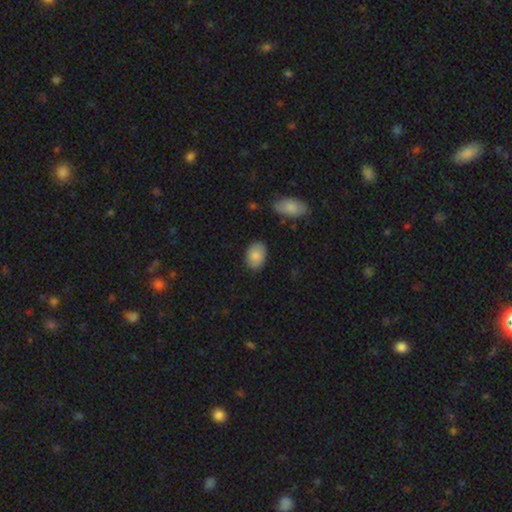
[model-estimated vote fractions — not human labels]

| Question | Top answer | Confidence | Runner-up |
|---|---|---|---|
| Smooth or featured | smooth | 85% | featured or disk (9%) |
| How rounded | in between | 84% | round (14%) |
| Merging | none | 84% | minor disturbance (12%) |